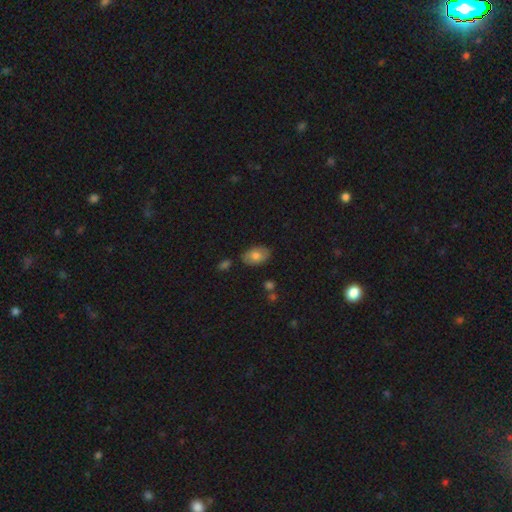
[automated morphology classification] Smooth or featured?
  - smooth: 75% *
  - featured or disk: 17%
  - star or artifact: 7%
How rounded?
  - in between: 90% *
  - round: 9%
  - cigar-shaped: 1%
Merging?
  - none: 79% *
  - minor disturbance: 15%
  - merger: 3%
  - major disturbance: 3%